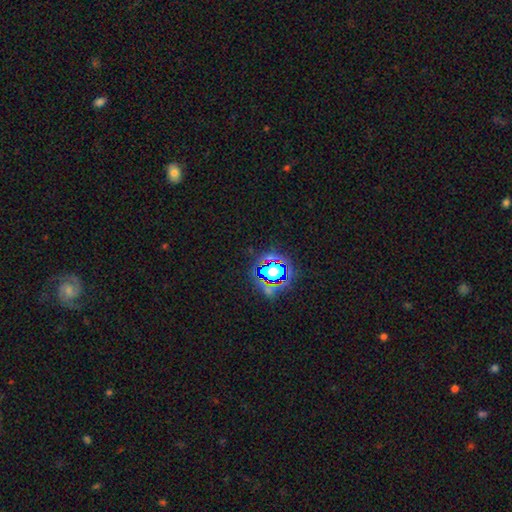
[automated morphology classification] type=star or artifact (79%).